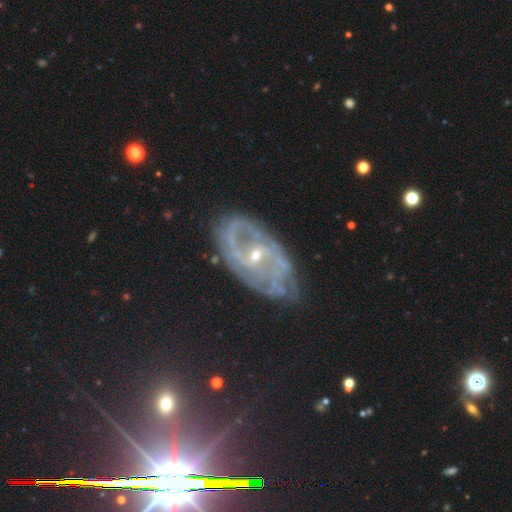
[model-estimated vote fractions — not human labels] The model was most divided on "bar": weak: 43%, no: 41%, strong: 16%. Remaining: edge-on disk — no (96%); spiral arms — yes (92%); smooth or featured — featured or disk (85%); bulge size — small (72%); merging — none (63%); spiral arm count — 2 (47%); spiral winding — medium (43%).